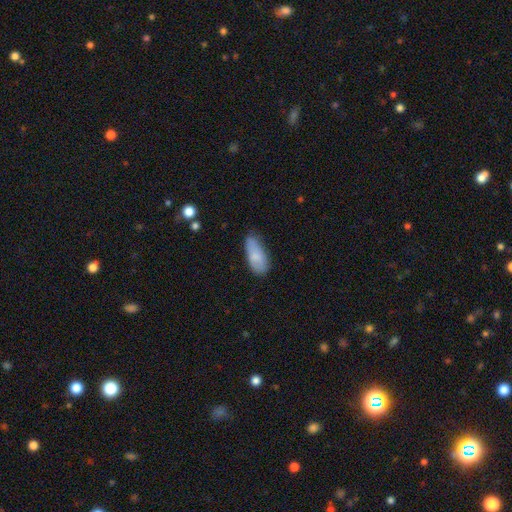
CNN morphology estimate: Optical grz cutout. It shows a smooth galaxy with no disk features (79%) that is in between round and cigar-shaped (85%). Merging: none (53%).